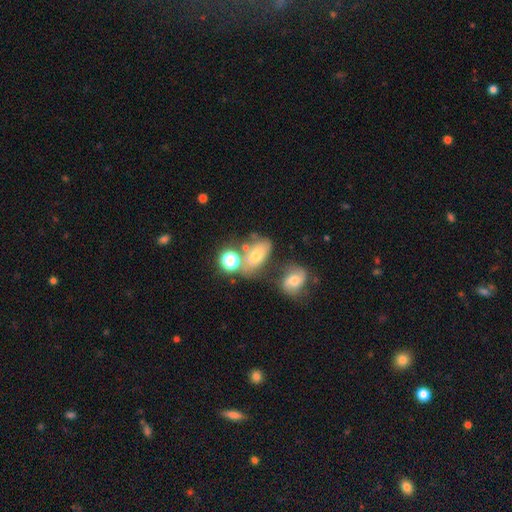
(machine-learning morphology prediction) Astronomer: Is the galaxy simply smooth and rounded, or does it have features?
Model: smooth — 56%.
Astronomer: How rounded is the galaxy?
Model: in between — 78%.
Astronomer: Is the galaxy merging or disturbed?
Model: none — 45% (runner-up: merger, 27%).